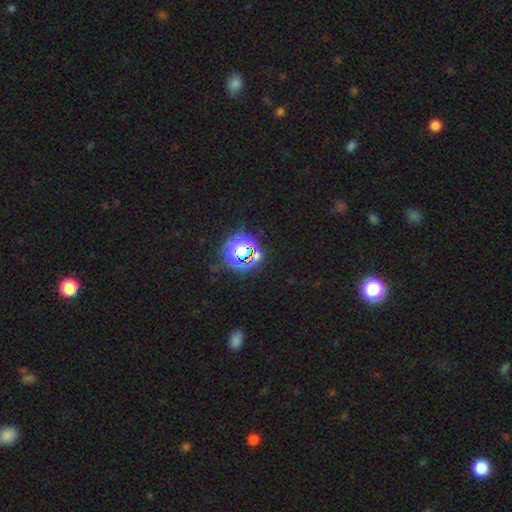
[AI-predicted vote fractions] Smooth or featured?
  - star or artifact: 70% *
  - smooth: 22%
  - featured or disk: 8%